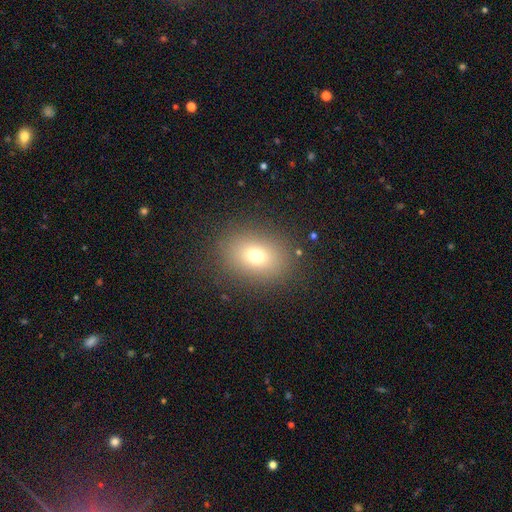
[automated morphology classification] A smooth galaxy with no disk features (73%) that is in between round and cigar-shaped (62%).

Vote fractions:
- Smooth or featured? smooth: 73% / star or artifact: 15% / featured or disk: 12%
- How rounded? in between: 62% / round: 37% / cigar-shaped: 1%
- Merging? none: 87% / minor disturbance: 8% / major disturbance: 4% / merger: 1%